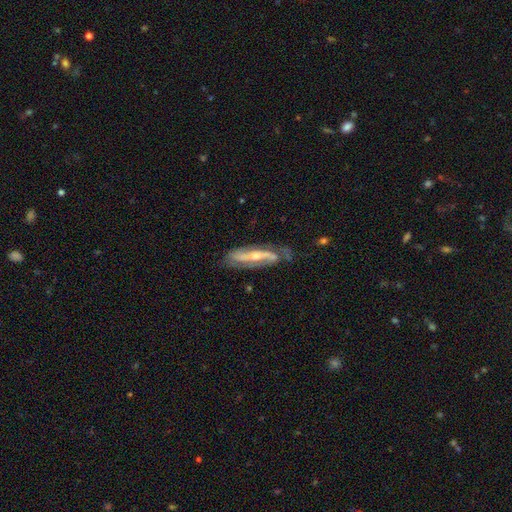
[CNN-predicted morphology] Smooth or featured?
  - featured or disk: 82% *
  - smooth: 13%
  - star or artifact: 6%
Edge-on disk?
  - no: 74% *
  - yes: 26%
Bar?
  - strong: 39% *
  - no: 30%
  - weak: 30%
Spiral arms?
  - yes: 91% *
  - no: 9%
Spiral winding?
  - medium: 40% *
  - loose: 35%
  - tight: 25%
Spiral arm count?
  - 2: 84% *
  - can't tell: 10%
  - 1: 3%
  - 3: 2%
  - 4: 1%
  - more than 4: 1%
Bulge size?
  - moderate: 53% *
  - small: 42%
  - large: 3%
  - none: 2%
  - dominant: 1%
Merging?
  - none: 67% *
  - minor disturbance: 22%
  - major disturbance: 8%
  - merger: 2%